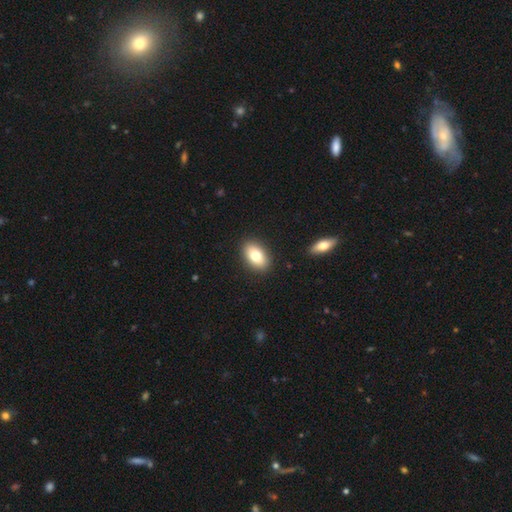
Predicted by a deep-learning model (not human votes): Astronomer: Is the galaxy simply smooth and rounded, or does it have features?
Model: smooth — 77%.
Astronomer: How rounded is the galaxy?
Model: in between — 90%.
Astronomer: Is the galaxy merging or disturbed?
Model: none — 89%.